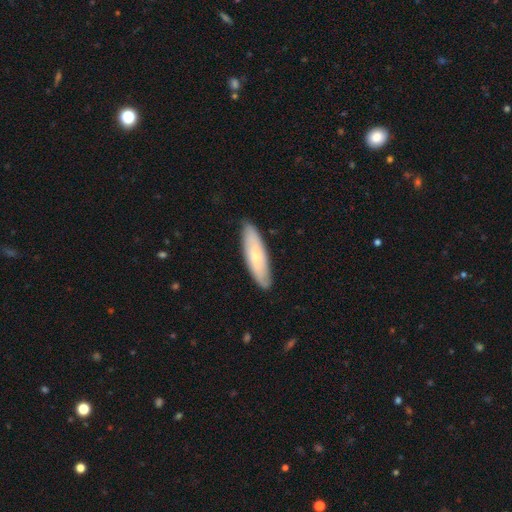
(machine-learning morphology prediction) Smooth or featured?
  - smooth: 57% *
  - featured or disk: 37%
  - star or artifact: 6%
How rounded?
  - cigar-shaped: 59% *
  - in between: 39%
  - round: 2%
Merging?
  - none: 86% *
  - minor disturbance: 11%
  - major disturbance: 2%
  - merger: 1%